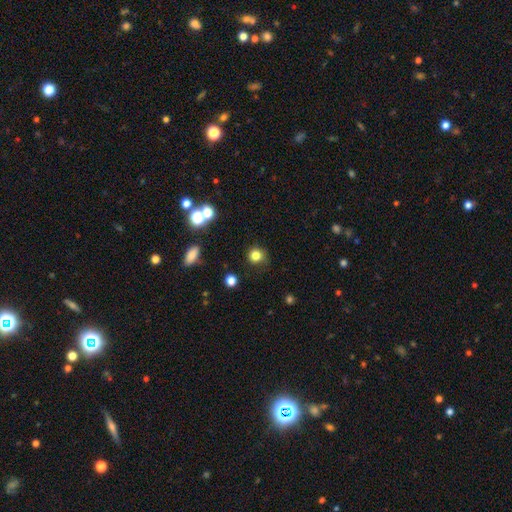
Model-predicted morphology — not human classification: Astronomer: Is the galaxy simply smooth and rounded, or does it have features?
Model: smooth — 80%.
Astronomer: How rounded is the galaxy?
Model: round — 90%.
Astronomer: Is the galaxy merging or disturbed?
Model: none — 81%.